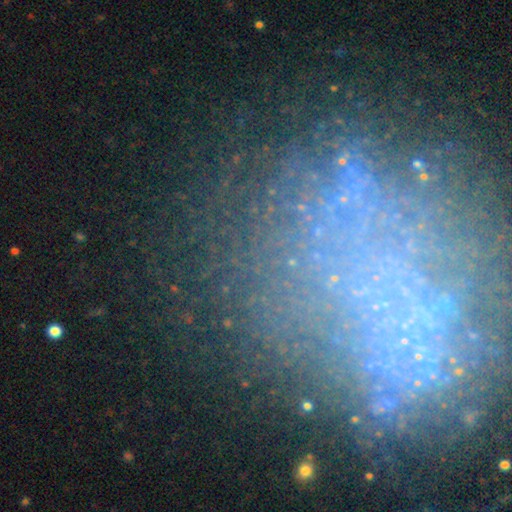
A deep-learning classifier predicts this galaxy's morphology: Overall: star or artifact (57%; featured or disk 28%).